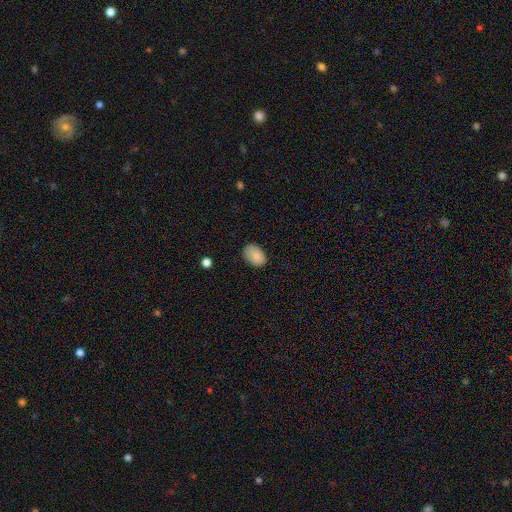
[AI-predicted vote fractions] Smooth or featured? smooth (85%)
How rounded? in between (84%)
Merging? none (77%)